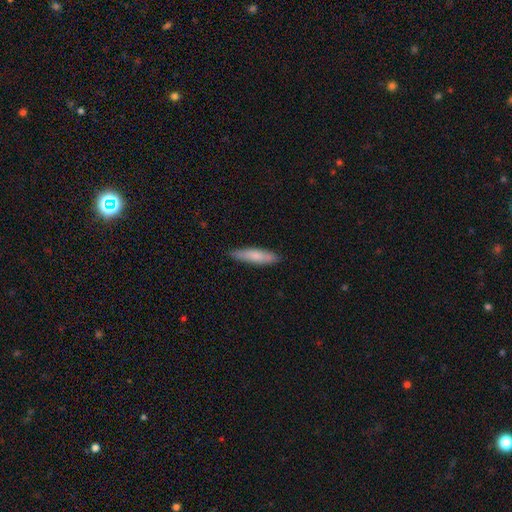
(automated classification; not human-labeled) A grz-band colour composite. It shows a smooth galaxy with no disk features (75%) that is cigar-shaped (78%). Merging: none (84%).